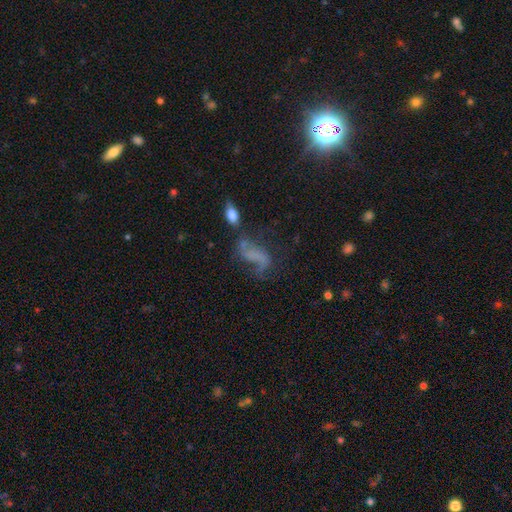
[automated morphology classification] This is marginally a featured or disk galaxy (43%). Merging: marginally none (34%).